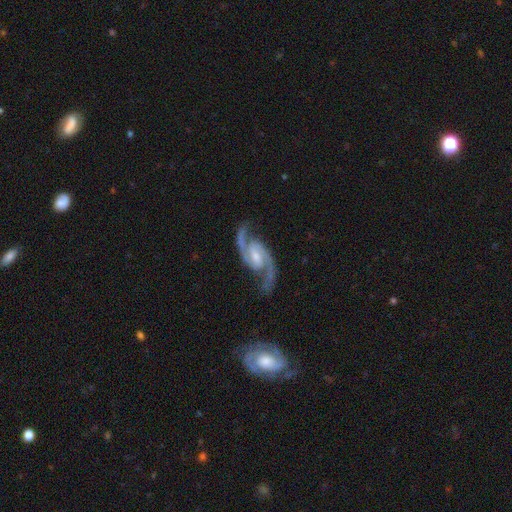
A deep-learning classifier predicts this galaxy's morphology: Smooth or featured?
  - featured or disk: 94% *
  - star or artifact: 4%
  - smooth: 2%
Edge-on disk?
  - no: 97% *
  - yes: 3%
Bar?
  - weak: 52% *
  - no: 29%
  - strong: 19%
Spiral arms?
  - yes: 99% *
  - no: 1%
Spiral winding?
  - medium: 60% *
  - loose: 24%
  - tight: 15%
Spiral arm count?
  - 2: 94% *
  - 3: 2%
  - can't tell: 1%
  - 1: 1%
  - 4: 1%
  - more than 4: 1%
Bulge size?
  - small: 45% *
  - moderate: 42%
  - none: 8%
  - large: 4%
  - dominant: 1%
Merging?
  - none: 80% *
  - minor disturbance: 13%
  - major disturbance: 5%
  - merger: 2%